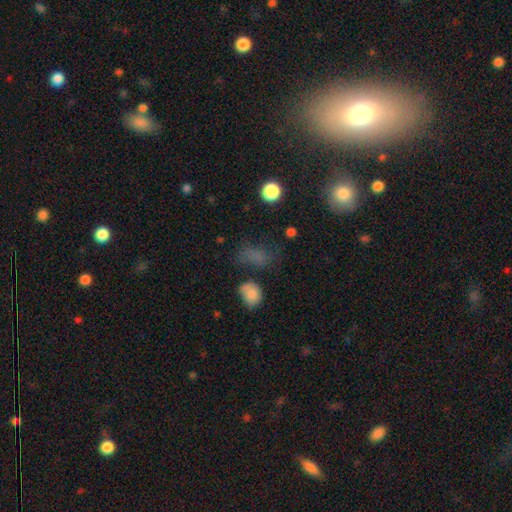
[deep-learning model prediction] smooth 65%, star or artifact 23%, featured or disk 12%. Down the decision tree: how rounded — in between (69%); merging — none (54%).